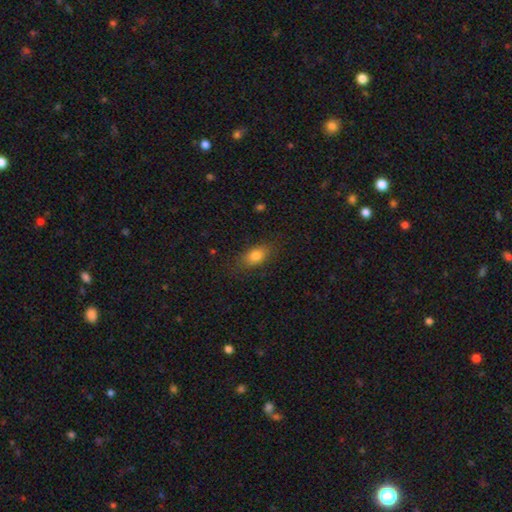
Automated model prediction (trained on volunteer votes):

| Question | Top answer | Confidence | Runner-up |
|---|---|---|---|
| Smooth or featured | smooth | 80% | featured or disk (11%) |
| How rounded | in between | 82% | round (12%) |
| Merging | none | 81% | minor disturbance (14%) |